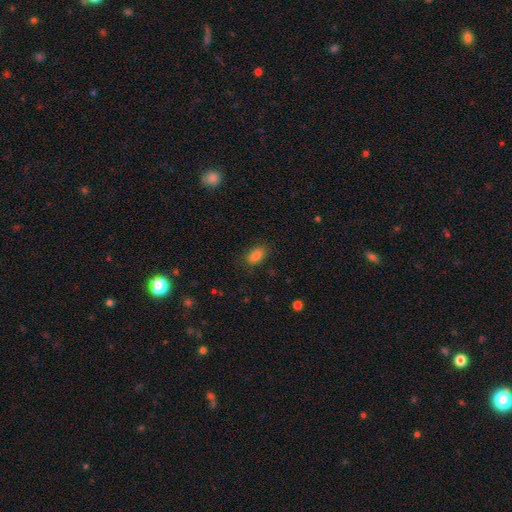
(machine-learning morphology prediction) Smooth or featured: smooth — 86% (star or artifact — 10%)
How rounded: in between — 89% (round — 9%)
Merging: none — 84% (minor disturbance — 12%)